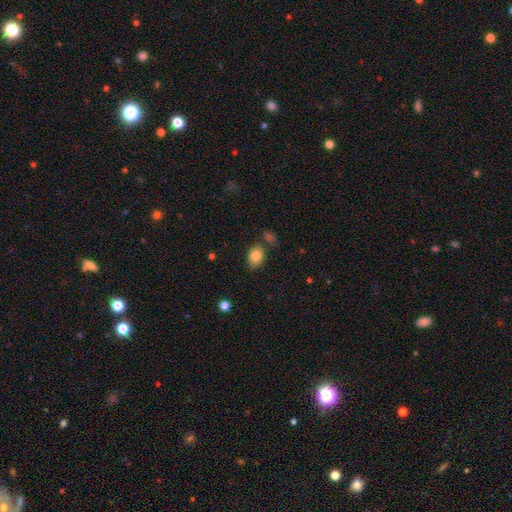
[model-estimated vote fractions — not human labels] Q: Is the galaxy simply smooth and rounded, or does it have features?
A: smooth — 83%.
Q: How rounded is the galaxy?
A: in between — 76%.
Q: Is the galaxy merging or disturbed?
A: none — 74%.